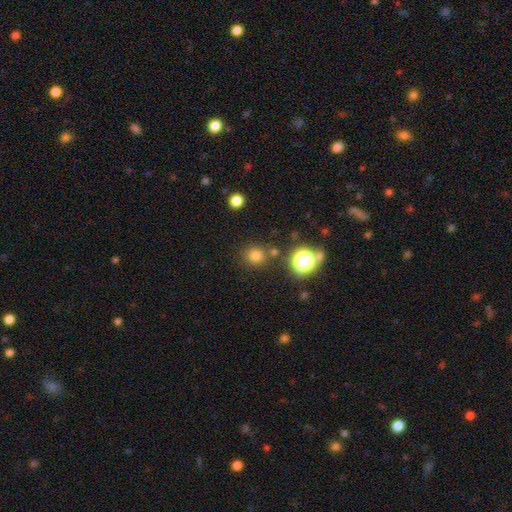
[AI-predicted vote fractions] smooth 74%, star or artifact 20%, featured or disk 6%. Down the decision tree: how rounded — round (90%); merging — none (81%).